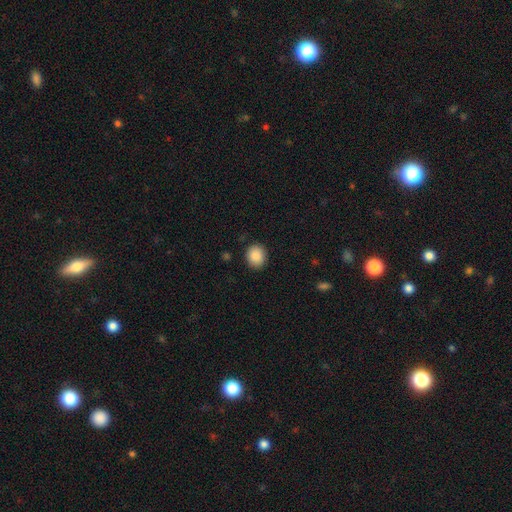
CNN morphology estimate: Q: Smooth or featured?
A: smooth (88%); runner-up: star or artifact (8%)
Q: How rounded?
A: round (71%); runner-up: in between (28%)
Q: Merging?
A: none (89%); runner-up: minor disturbance (8%)